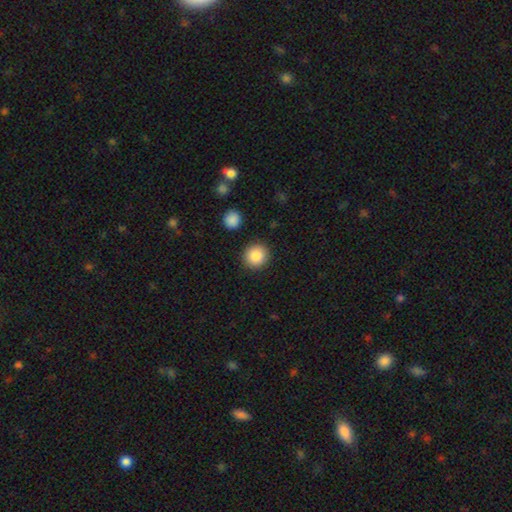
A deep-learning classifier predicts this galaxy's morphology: A smooth galaxy with no disk features (87%) that is round (92%).

Vote fractions:
- Smooth or featured? smooth: 87% / star or artifact: 8% / featured or disk: 5%
- How rounded? round: 92% / in between: 7% / cigar-shaped: 1%
- Merging? none: 90% / minor disturbance: 6% / major disturbance: 2% / merger: 2%